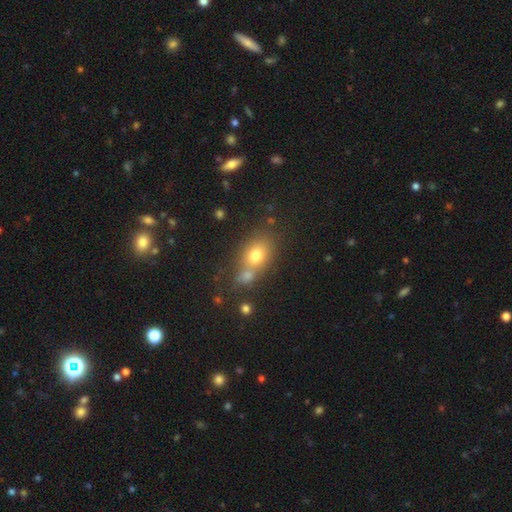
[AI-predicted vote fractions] Smooth or featured? smooth (73%)
How rounded? in between (60%)
Merging? none (48%)